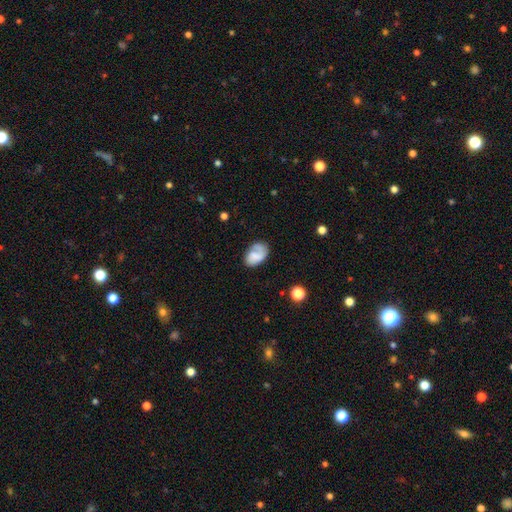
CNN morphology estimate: type=smooth (57%); roundness=in between (85%); merging=none (54%).